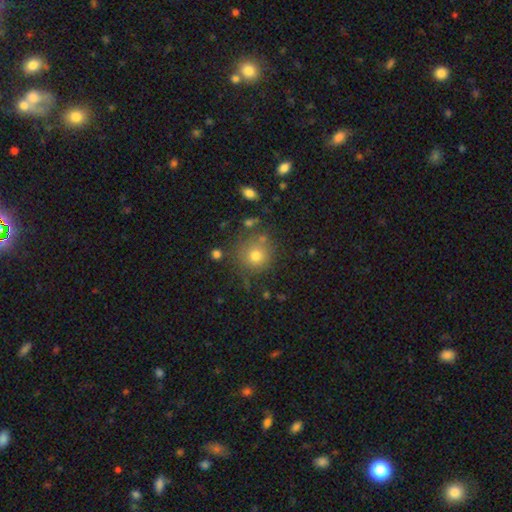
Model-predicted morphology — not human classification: Overall: smooth (76%). How rounded: round (91%). Merging: none (76%).